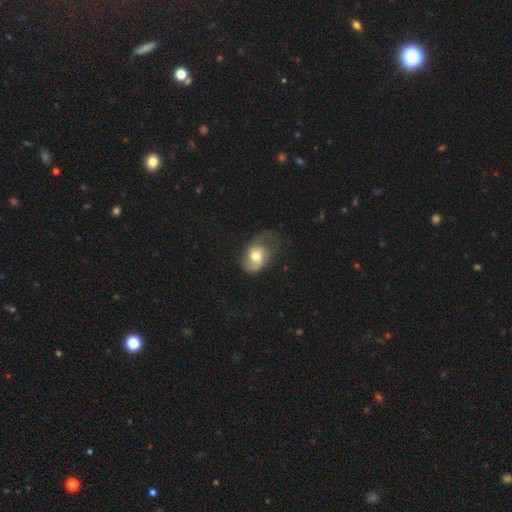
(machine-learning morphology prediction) This is possibly a smooth galaxy (59%). How rounded: likely in between (71%). Merging: marginally minor disturbance (34%).